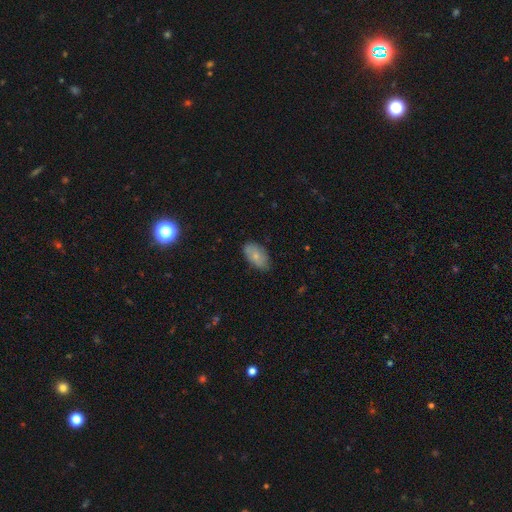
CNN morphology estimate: smooth_or_featured: smooth (p=0.75) [alt: featured or disk p=0.18]
how_rounded: in between (p=0.93) [alt: round p=0.05]
merging: none (p=0.76) [alt: minor disturbance p=0.19]